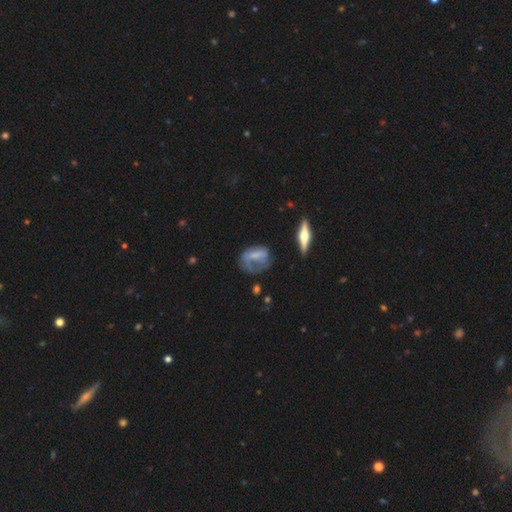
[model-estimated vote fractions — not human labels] Smooth or featured? smooth (46%)
Merging? none (36%)